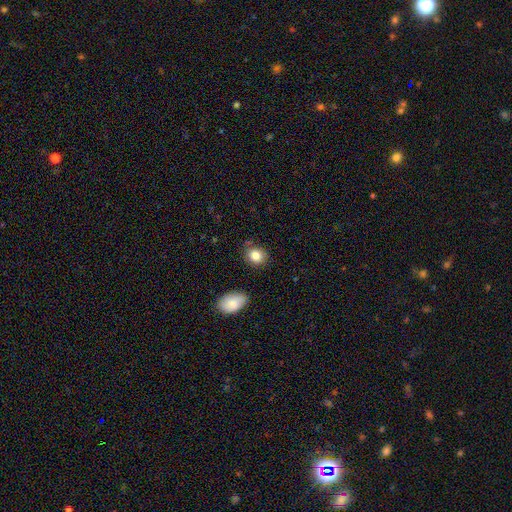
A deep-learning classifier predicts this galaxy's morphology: Q: Smooth or featured?
A: smooth (84%); runner-up: star or artifact (9%)
Q: How rounded?
A: round (65%); runner-up: in between (34%)
Q: Merging?
A: none (81%); runner-up: minor disturbance (12%)